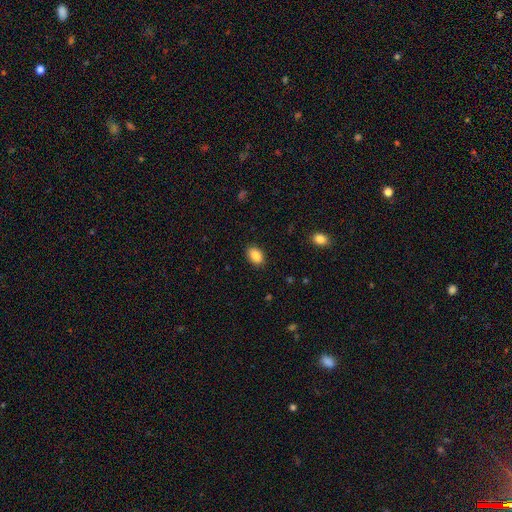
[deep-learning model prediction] A smooth galaxy with no disk features (87%) that is in between round and cigar-shaped (86%). Merging: none (88%).